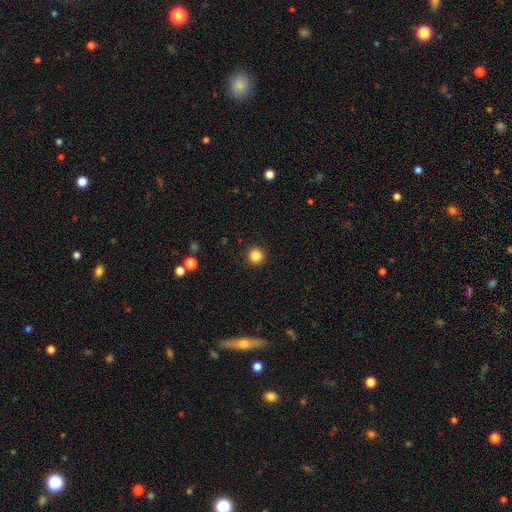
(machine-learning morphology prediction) The model was most divided on "smooth or featured": smooth: 85%, star or artifact: 11%, featured or disk: 4%. More confident: how rounded — round (95%); merging — none (93%).